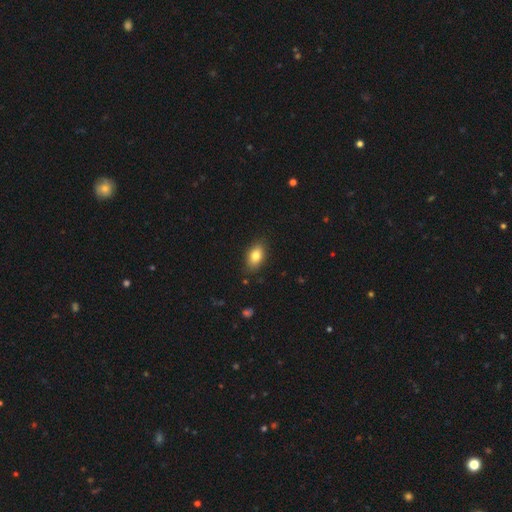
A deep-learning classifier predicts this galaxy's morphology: Smooth or featured?
  - smooth: 81% *
  - featured or disk: 11%
  - star or artifact: 8%
How rounded?
  - in between: 88% *
  - round: 9%
  - cigar-shaped: 3%
Merging?
  - none: 85% *
  - minor disturbance: 11%
  - major disturbance: 2%
  - merger: 1%